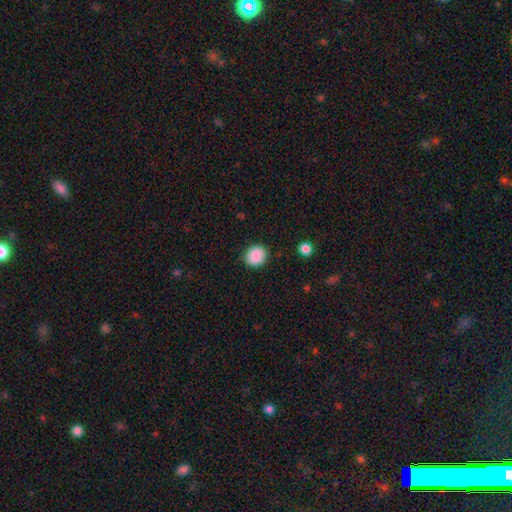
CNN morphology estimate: The model was most divided on "how rounded": round: 81%, in between: 18%, cigar-shaped: 1%. More confident: merging — none (86%); smooth or featured — smooth (86%).